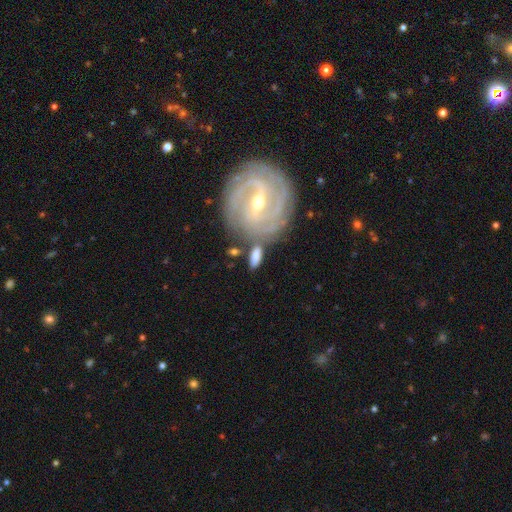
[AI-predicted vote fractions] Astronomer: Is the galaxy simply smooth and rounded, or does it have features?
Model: smooth — 54% (runner-up: featured or disk, 39%).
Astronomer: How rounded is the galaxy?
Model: in between — 80%.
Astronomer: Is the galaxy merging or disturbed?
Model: none — 58%.